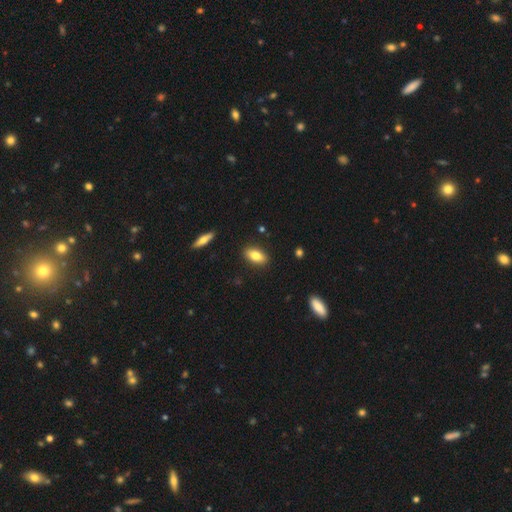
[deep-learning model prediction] Smooth or featured: smooth — 79% (featured or disk — 14%)
How rounded: in between — 86% (cigar-shaped — 10%)
Merging: none — 88% (minor disturbance — 9%)